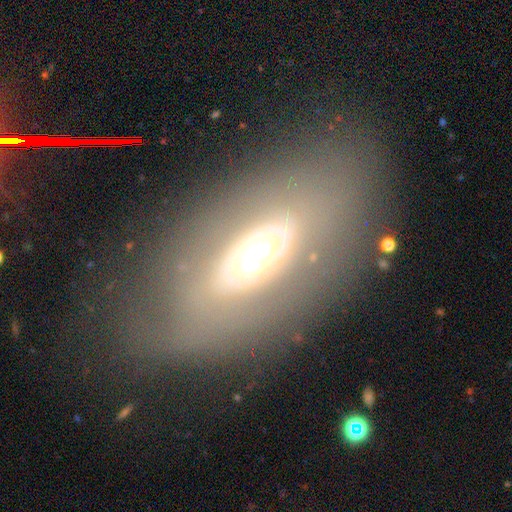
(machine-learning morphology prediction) featured or disk 60%, smooth 30%, star or artifact 9%. Down the decision tree: edge-on disk — no (86%); bar — no (82%); spiral arms — no (85%); bulge size — moderate (56%); merging — none (75%).